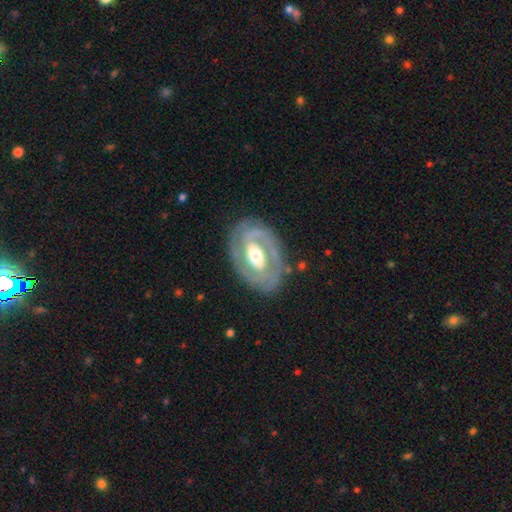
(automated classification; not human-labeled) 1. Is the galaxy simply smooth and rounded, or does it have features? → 77% featured or disk, 19% smooth, 5% star or artifact.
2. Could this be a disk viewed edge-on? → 95% no, 5% yes.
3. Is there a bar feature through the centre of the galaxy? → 40% no, 32% weak, 27% strong.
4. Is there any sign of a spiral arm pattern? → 61% yes, 39% no.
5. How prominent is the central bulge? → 61% moderate, 24% large, 11% small, 2% dominant, 1% none.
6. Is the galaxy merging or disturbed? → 79% none, 14% minor disturbance, 6% major disturbance, 1% merger.